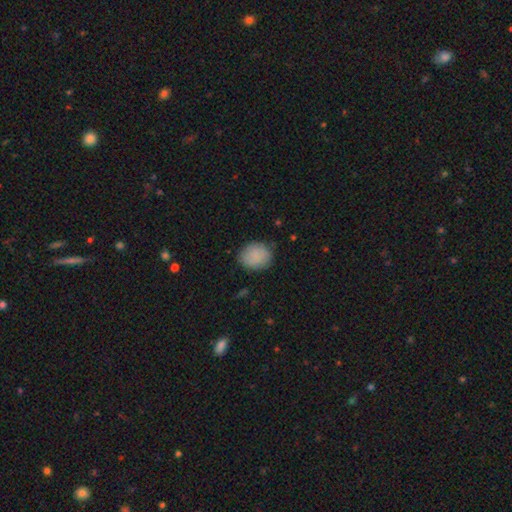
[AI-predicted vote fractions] Smooth or featured: smooth — 88% (star or artifact — 7%)
How rounded: round — 65% (in between — 34%)
Merging: none — 81% (minor disturbance — 14%)